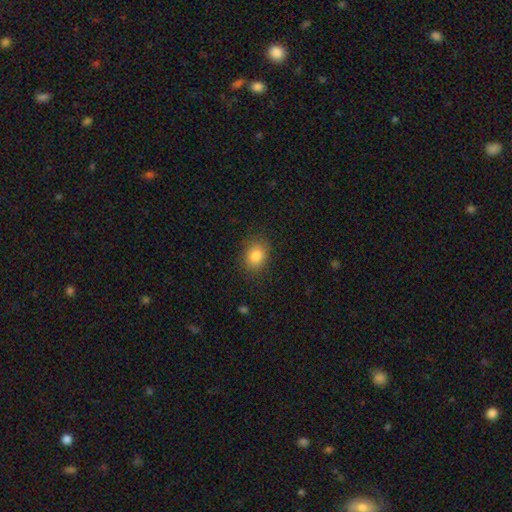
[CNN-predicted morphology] This is clearly a smooth galaxy (83%). How rounded: possibly in between (55%). Merging: clearly none (83%).